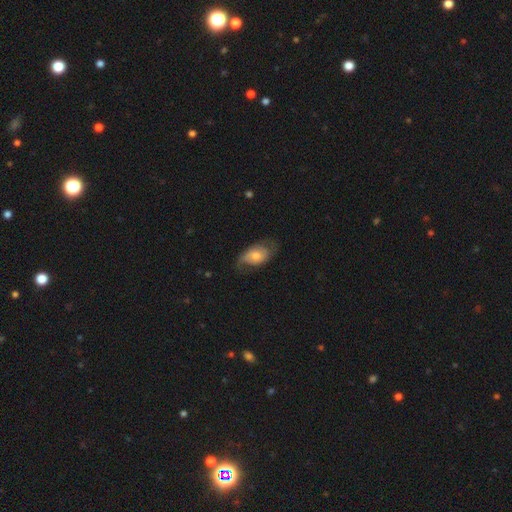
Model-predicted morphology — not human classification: smooth_or_featured: smooth (p=0.50) [alt: featured or disk p=0.43]
how_rounded: in between (p=0.89) [alt: round p=0.09]
merging: none (p=0.55) [alt: minor disturbance p=0.29]